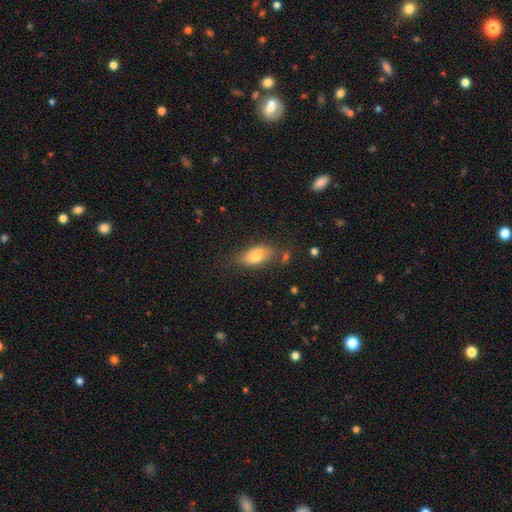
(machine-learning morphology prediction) Smooth or featured: smooth — 76% (featured or disk — 17%)
How rounded: in between — 88% (cigar-shaped — 8%)
Merging: none — 68% (minor disturbance — 21%)